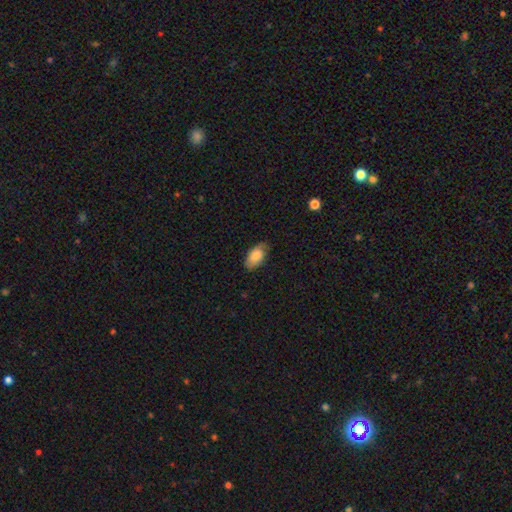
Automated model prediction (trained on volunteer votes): Overall: smooth (80%). How rounded: in between (93%). Merging: none (73%).